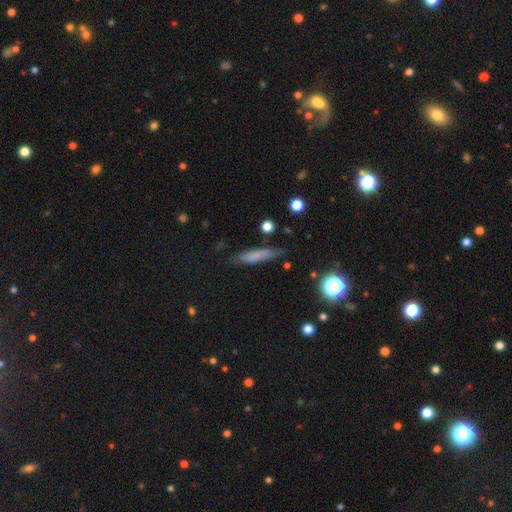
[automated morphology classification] A smooth galaxy with no disk features (69%) that is cigar-shaped (81%).

Vote fractions:
- Smooth or featured? smooth: 69% / featured or disk: 21% / star or artifact: 10%
- How rounded? cigar-shaped: 81% / in between: 17% / round: 3%
- Merging? none: 76% / minor disturbance: 18% / major disturbance: 4% / merger: 2%